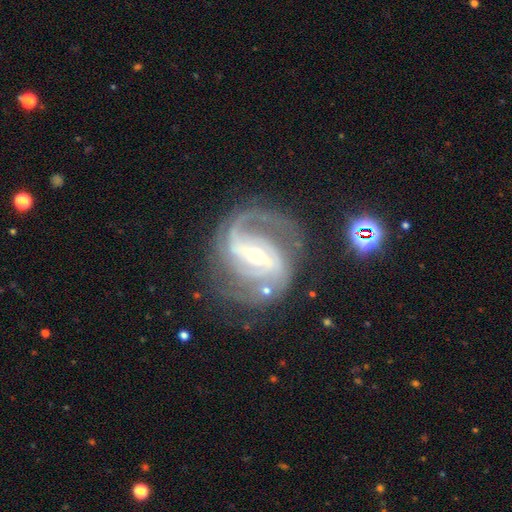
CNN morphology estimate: featured or disk 91%, star or artifact 5%, smooth 3%. Down the decision tree: edge-on disk — no (97%); bar — strong (56%); spiral arms — yes (98%); spiral arm count — 2 (65%); spiral winding — medium (51%); bulge size — small (55%); merging — none (70%).